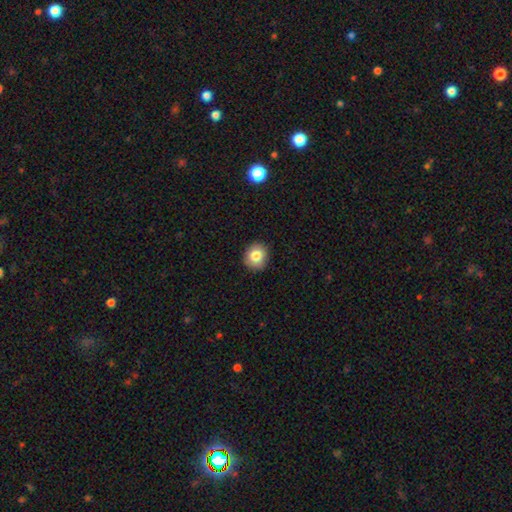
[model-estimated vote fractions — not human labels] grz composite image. It shows a smooth galaxy with no disk features (83%) that is round (78%). Merging: none (88%).